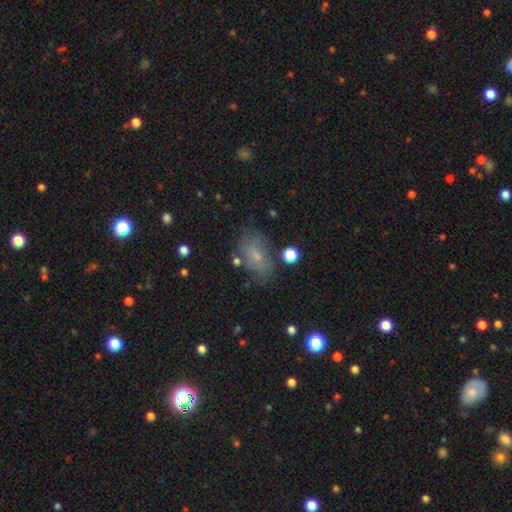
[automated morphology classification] A smooth galaxy with no disk features (59%) that is in between round and cigar-shaped (85%). Merging: none (66%).